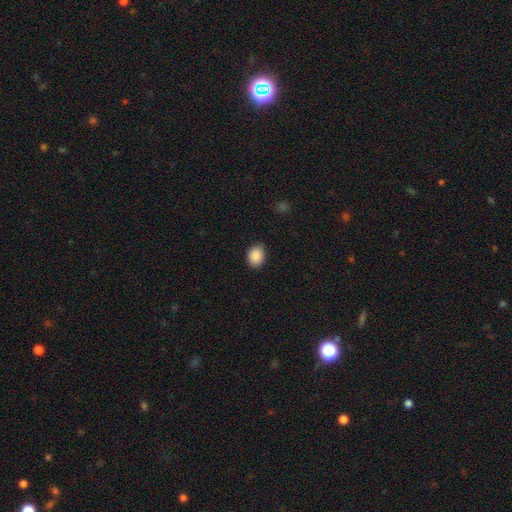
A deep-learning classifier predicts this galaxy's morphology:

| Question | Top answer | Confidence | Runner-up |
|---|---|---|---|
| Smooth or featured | smooth | 90% | star or artifact (8%) |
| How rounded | in between | 65% | round (34%) |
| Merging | none | 84% | minor disturbance (12%) |